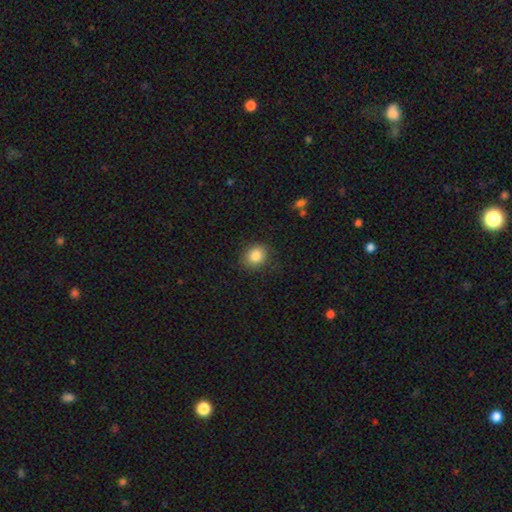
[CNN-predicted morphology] Overall: smooth (85%). How rounded: round (65%; in between 34%). Merging: none (83%).